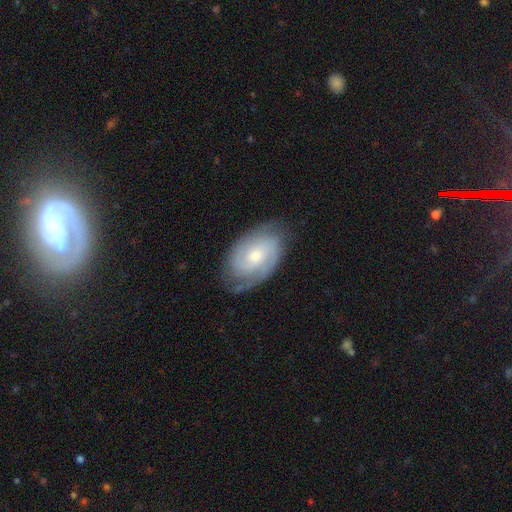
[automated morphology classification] Smooth or featured? featured or disk (83%)
Edge-on disk? no (96%)
Bar? no (65%)
Spiral arms? yes (96%)
Spiral winding? tight (61%)
Spiral arm count? 2 (61%)
Bulge size? small (54%)
Merging? none (75%)